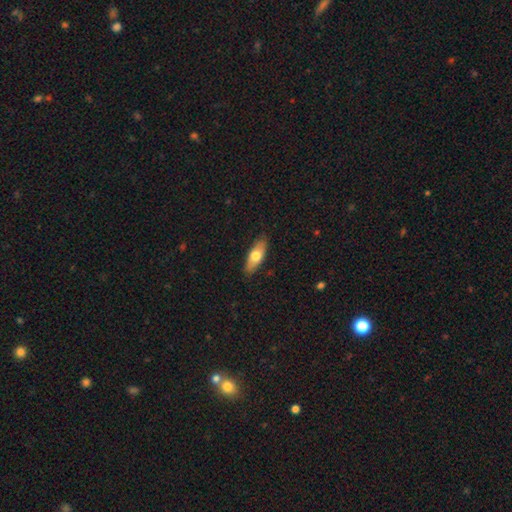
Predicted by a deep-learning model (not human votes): Smooth or featured?
  - smooth: 65% *
  - featured or disk: 29%
  - star or artifact: 6%
How rounded?
  - in between: 69% *
  - cigar-shaped: 28%
  - round: 3%
Merging?
  - none: 87% *
  - minor disturbance: 10%
  - major disturbance: 2%
  - merger: 1%